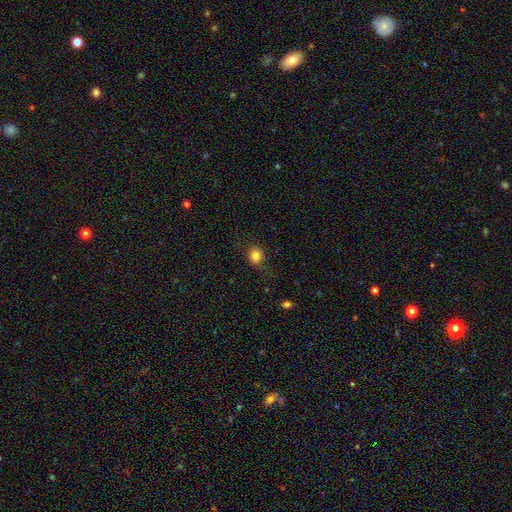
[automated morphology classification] smooth_or_featured: smooth (p=0.83) [alt: star or artifact p=0.11]
how_rounded: round (p=0.75) [alt: in between p=0.24]
merging: none (p=0.80) [alt: minor disturbance p=0.14]